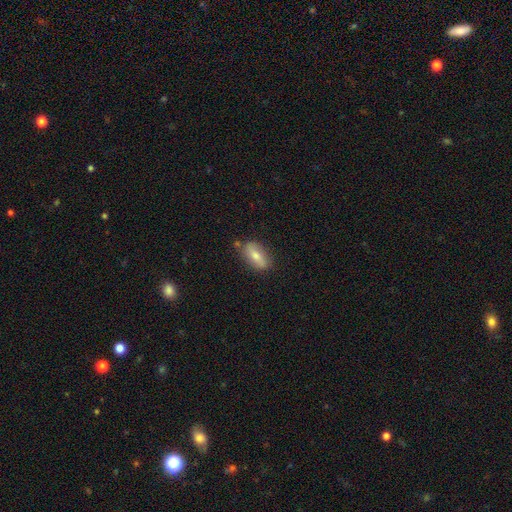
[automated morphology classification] The model was most divided on "smooth or featured": smooth: 59%, featured or disk: 33%, star or artifact: 8%. More confident: merging — none (79%); how rounded — in between (79%).